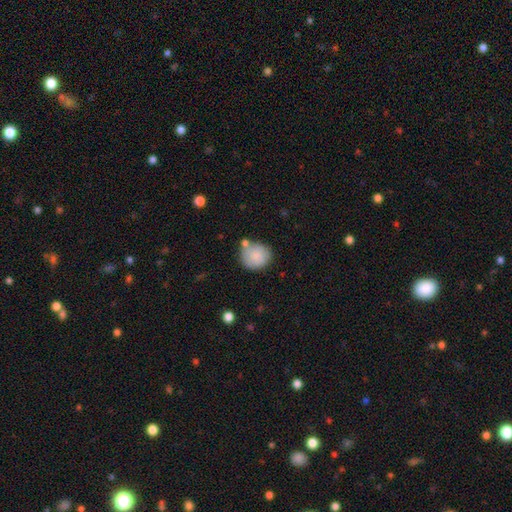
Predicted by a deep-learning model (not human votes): Overall: smooth (82%). How rounded: round (86%). Merging: none (64%).